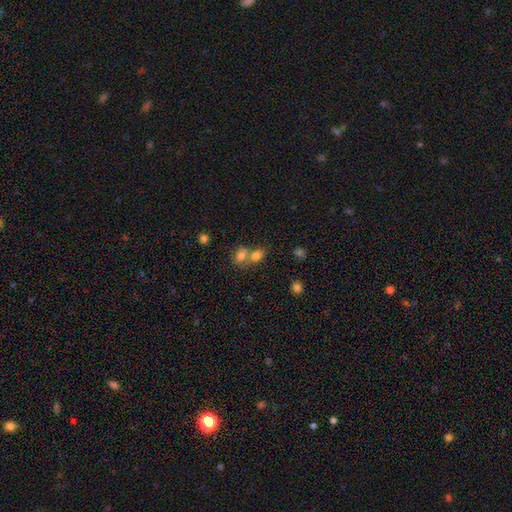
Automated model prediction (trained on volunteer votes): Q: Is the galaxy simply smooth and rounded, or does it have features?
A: smooth — 78%.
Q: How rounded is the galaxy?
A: in between — 75%.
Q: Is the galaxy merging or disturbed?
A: merger — 59%.